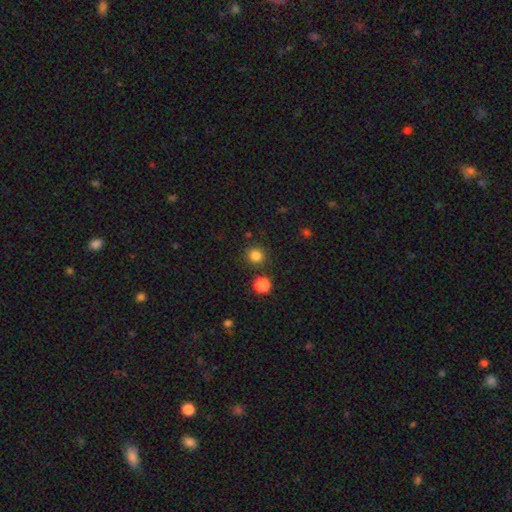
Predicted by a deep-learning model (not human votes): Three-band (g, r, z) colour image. It shows a smooth galaxy with no disk features (83%) that is round (92%). Merging: none (87%).